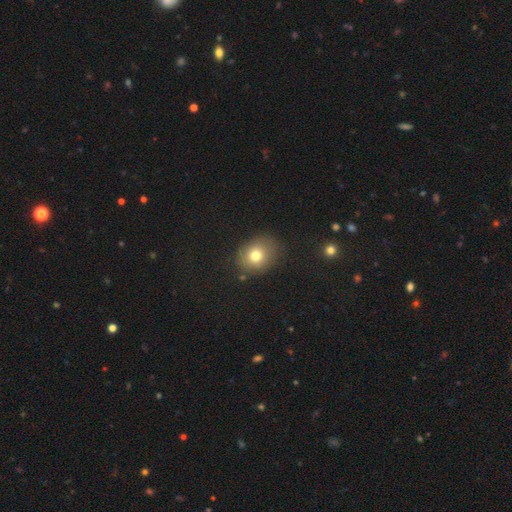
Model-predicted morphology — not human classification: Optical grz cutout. It shows a smooth galaxy with no disk features (75%) that is round (54%). Merging: none (77%).